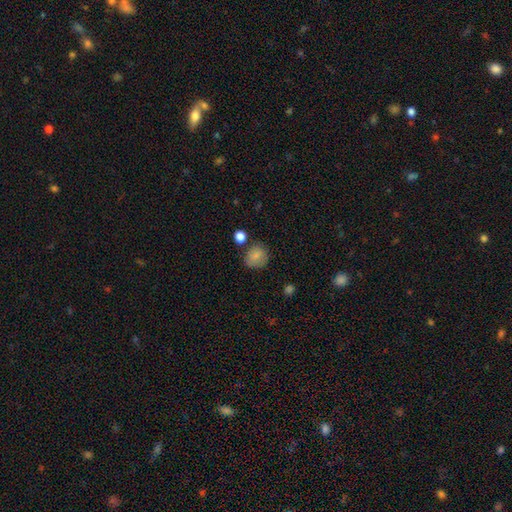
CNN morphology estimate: Smooth or featured: smooth — 83% (star or artifact — 9%)
How rounded: round — 71% (in between — 28%)
Merging: none — 71% (minor disturbance — 18%)